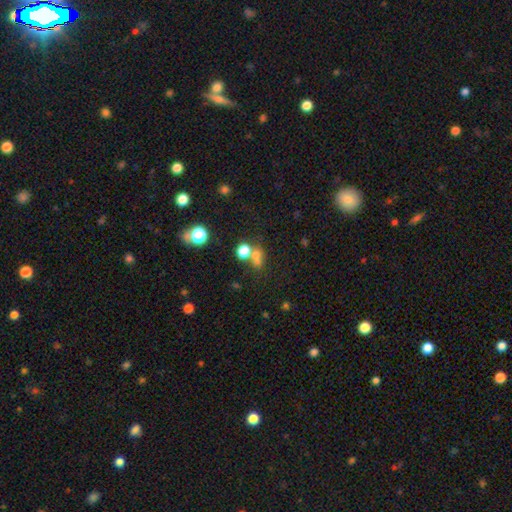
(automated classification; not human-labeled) Overall: smooth (65%). How rounded: round (73%). Merging: none (45%; merger 41%).